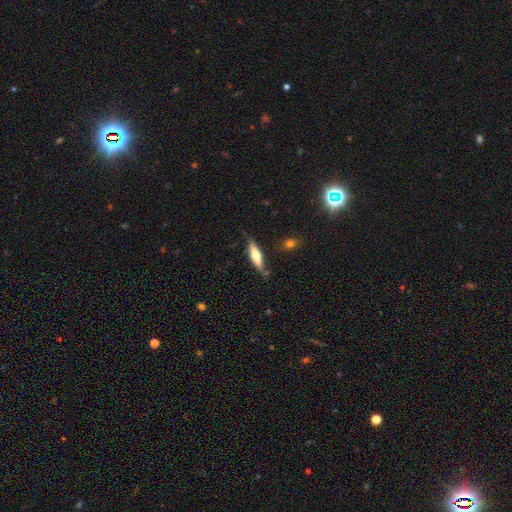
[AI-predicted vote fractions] This appears to be a featured or disk galaxy (50%). Merging: none (72%).